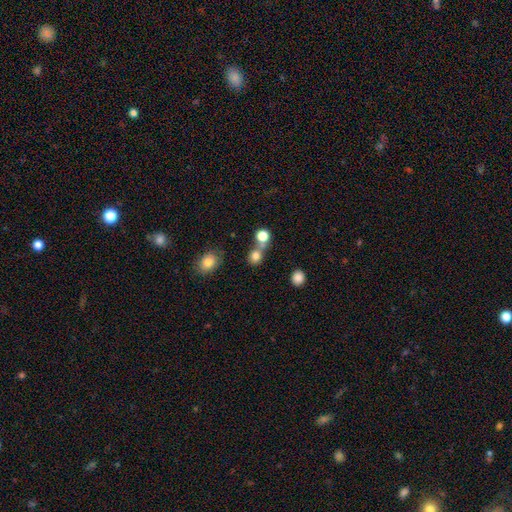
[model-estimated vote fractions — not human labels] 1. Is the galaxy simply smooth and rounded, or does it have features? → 79% smooth, 13% star or artifact, 8% featured or disk.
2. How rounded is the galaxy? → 83% round, 16% in between, 1% cigar-shaped.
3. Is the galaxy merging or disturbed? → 48% none, 40% merger, 8% minor disturbance, 4% major disturbance.